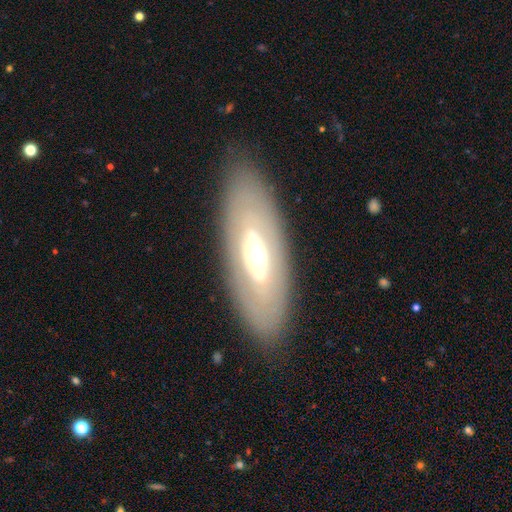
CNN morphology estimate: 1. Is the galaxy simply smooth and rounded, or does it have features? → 62% featured or disk, 32% smooth, 6% star or artifact.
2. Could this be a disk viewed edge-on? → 78% no, 22% yes.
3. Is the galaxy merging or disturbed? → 84% none, 10% minor disturbance, 4% major disturbance, 1% merger.